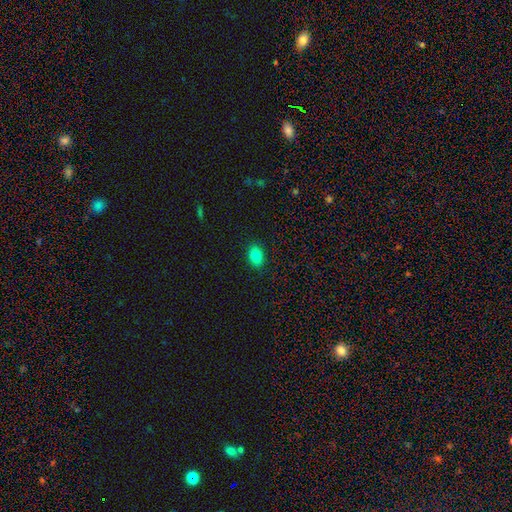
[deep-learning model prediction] A smooth galaxy with no disk features (85%) that is in between round and cigar-shaped (82%). Merging: none (89%).